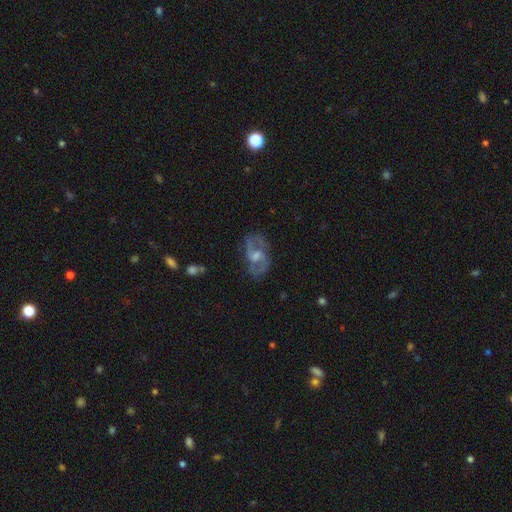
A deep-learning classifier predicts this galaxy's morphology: A featured or disk galaxy (76%) with a weak bar (49%), 2 (82%) medium (51%) spiral arms (86%) and a moderate central bulge (49%). Merging: none (75%).